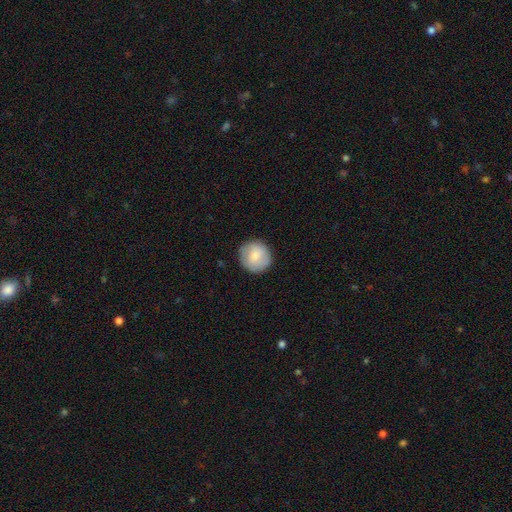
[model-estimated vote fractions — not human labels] A smooth galaxy with no disk features (76%) that is round (93%). Merging: none (87%).